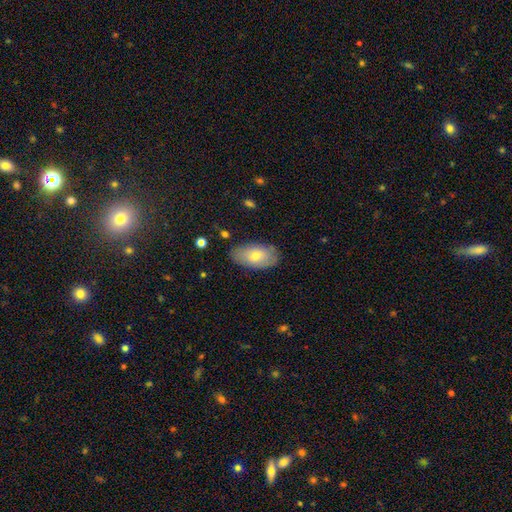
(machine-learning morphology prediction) Smooth or featured?
  - smooth: 72% *
  - featured or disk: 22%
  - star or artifact: 6%
How rounded?
  - in between: 94% *
  - round: 4%
  - cigar-shaped: 2%
Merging?
  - none: 79% *
  - minor disturbance: 16%
  - major disturbance: 3%
  - merger: 2%